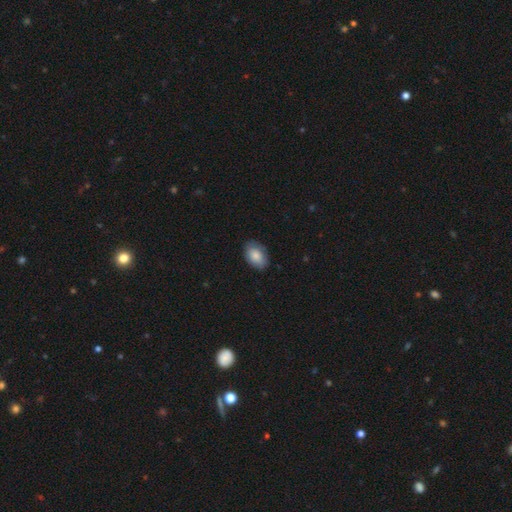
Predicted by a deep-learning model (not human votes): Smooth or featured? Predicted: smooth (p=0.84). How rounded? Predicted: in between (p=0.87). Merging? Predicted: none (p=0.82).